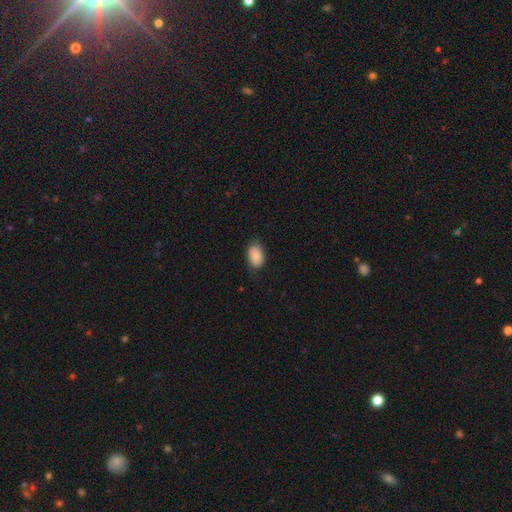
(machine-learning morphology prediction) Smooth or featured: smooth — 86% (star or artifact — 7%)
How rounded: in between — 90% (round — 9%)
Merging: none — 75% (minor disturbance — 20%)